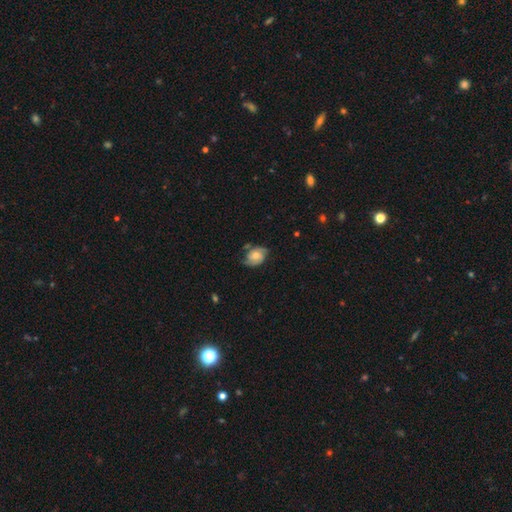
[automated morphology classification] This appears to be a featured or disk galaxy (51%). Merging: none (59%).